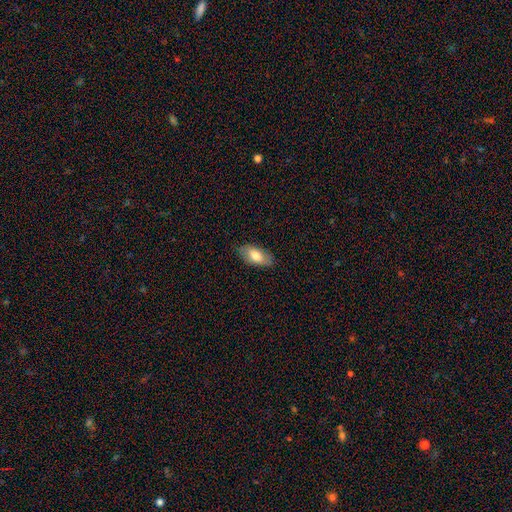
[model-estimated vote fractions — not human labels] smooth-or-featured: smooth: 75% | featured or disk: 19% | star or artifact: 6%
  how-rounded: in between: 89% | cigar-shaped: 8% | round: 3%
  merging: none: 83% | minor disturbance: 13% | major disturbance: 3% | merger: 1%